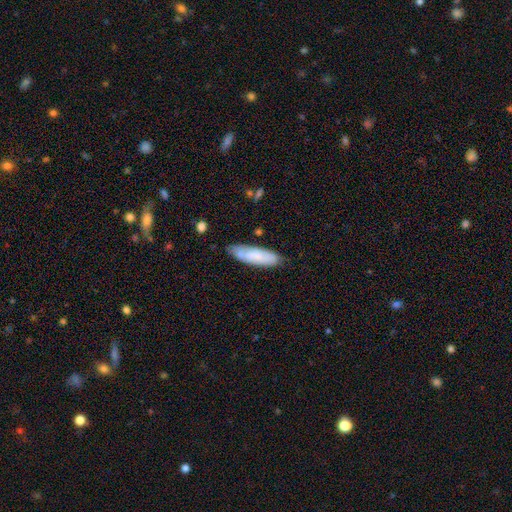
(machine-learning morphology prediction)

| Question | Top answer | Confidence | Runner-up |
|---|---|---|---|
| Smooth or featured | smooth | 72% | featured or disk (22%) |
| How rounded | cigar-shaped | 53% | in between (46%) |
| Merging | none | 72% | minor disturbance (20%) |